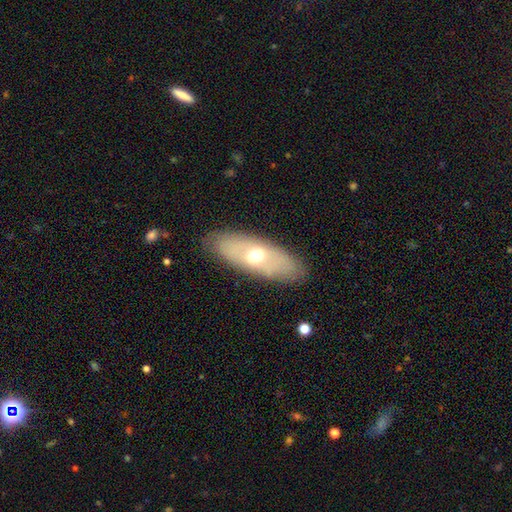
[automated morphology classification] Q: Smooth or featured?
A: featured or disk (47%); runner-up: smooth (46%)
Q: Merging?
A: none (86%); runner-up: minor disturbance (10%)